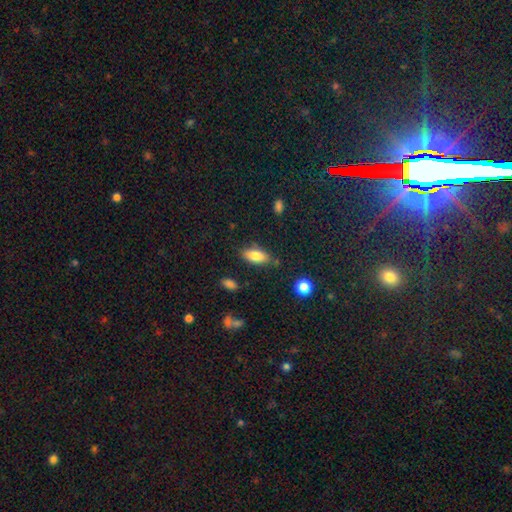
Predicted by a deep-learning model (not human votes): Morphology: type=smooth (81%); roundness=in between (85%); merging=none (77%).